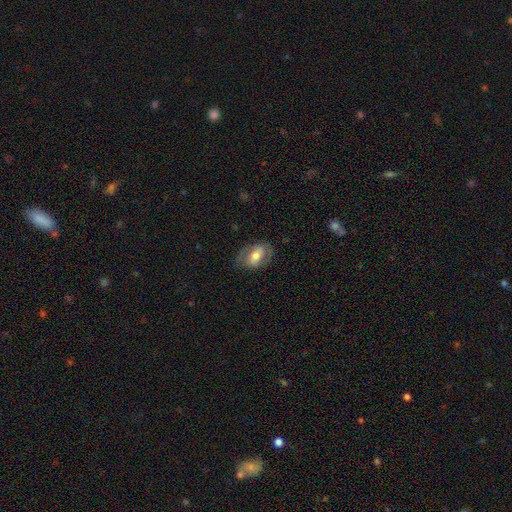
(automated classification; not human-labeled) This appears to be a smooth galaxy with no disk features (48%). Merging: none (72%).